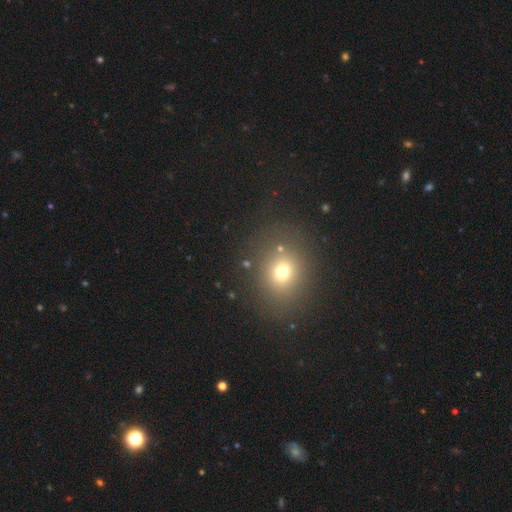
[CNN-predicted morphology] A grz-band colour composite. It shows a smooth galaxy with no disk features (61%) that is round (64%). Merging: none (88%).